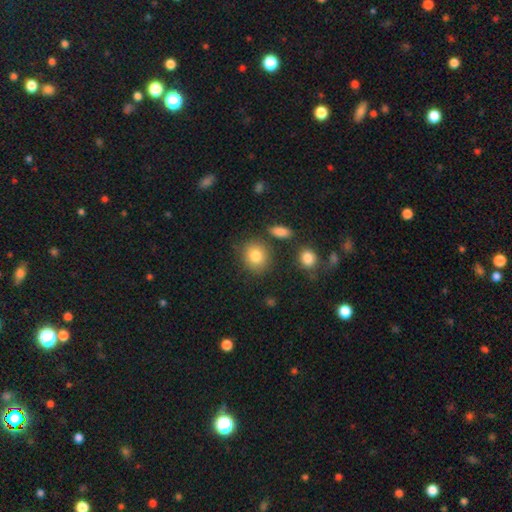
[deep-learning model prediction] smooth_or_featured: smooth (p=0.84) [alt: star or artifact p=0.09]
how_rounded: round (p=0.72) [alt: in between p=0.27]
merging: none (p=0.80) [alt: minor disturbance p=0.11]